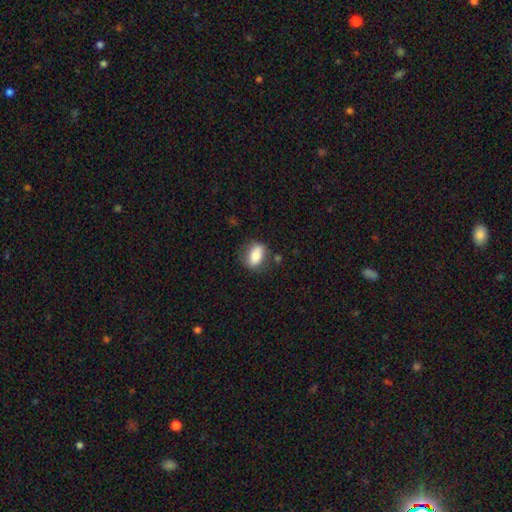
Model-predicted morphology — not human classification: smooth-or-featured: smooth: 79% | featured or disk: 14% | star or artifact: 7%
  how-rounded: in between: 83% | round: 13% | cigar-shaped: 5%
  merging: none: 73% | minor disturbance: 19% | major disturbance: 6% | merger: 3%